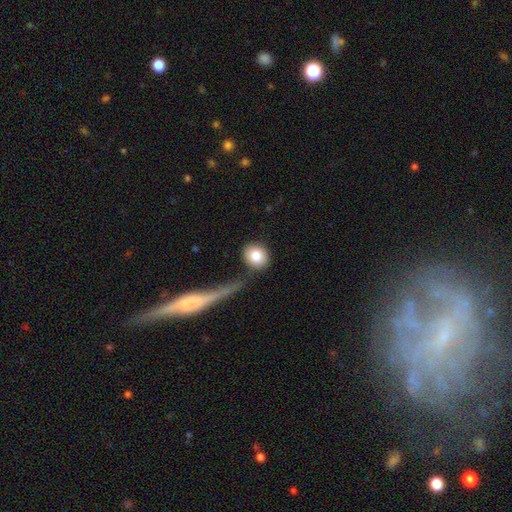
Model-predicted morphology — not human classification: Q: Smooth or featured?
A: smooth (82%); runner-up: featured or disk (10%)
Q: How rounded?
A: round (82%); runner-up: in between (16%)
Q: Merging?
A: none (78%); runner-up: minor disturbance (10%)